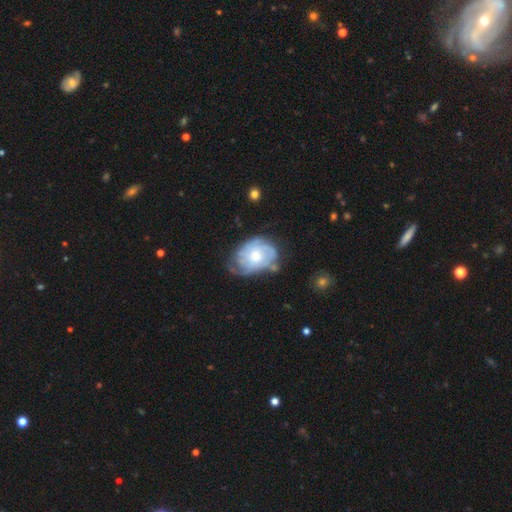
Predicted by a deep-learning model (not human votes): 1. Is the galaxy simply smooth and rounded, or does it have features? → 68% featured or disk, 26% smooth, 6% star or artifact.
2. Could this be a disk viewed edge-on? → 97% no, 3% yes.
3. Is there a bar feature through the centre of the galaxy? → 77% no, 20% weak, 3% strong.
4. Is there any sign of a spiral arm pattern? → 83% yes, 17% no.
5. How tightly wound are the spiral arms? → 59% tight, 30% medium, 11% loose.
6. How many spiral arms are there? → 52% can't tell, 18% 2, 14% 3, 7% 4, 5% 1, 4% more than 4.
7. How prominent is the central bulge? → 56% moderate, 33% small, 8% large, 2% none, 1% dominant.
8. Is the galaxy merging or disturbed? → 49% none, 31% minor disturbance, 16% major disturbance, 4% merger.